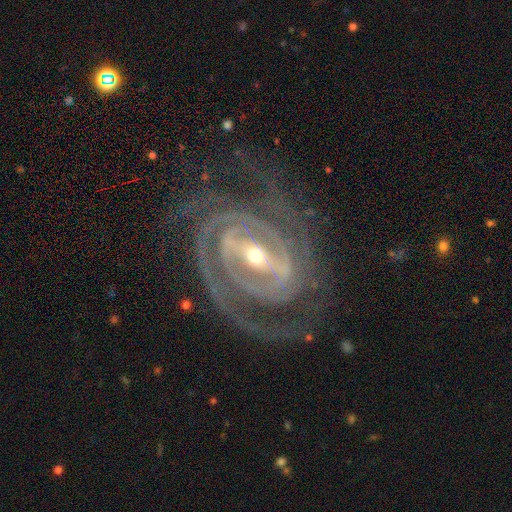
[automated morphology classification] Overall: featured or disk (93%). Edge-on disk: no (96%). Bar: strong (65%; weak 26%). Spiral arms: yes (98%). Spiral arm count: 2 (40%; 3 24%). Spiral winding: tight (74%). Bulge size: small (52%; moderate 45%). Merging: none (74%).